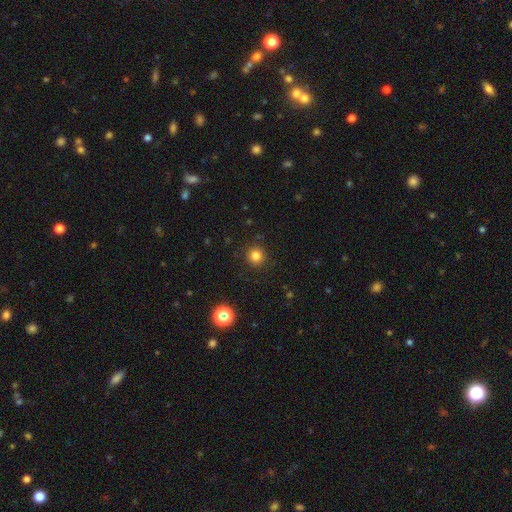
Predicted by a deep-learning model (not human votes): Q: Smooth or featured?
A: smooth (81%); runner-up: star or artifact (14%)
Q: How rounded?
A: round (94%); runner-up: in between (5%)
Q: Merging?
A: none (90%); runner-up: minor disturbance (6%)